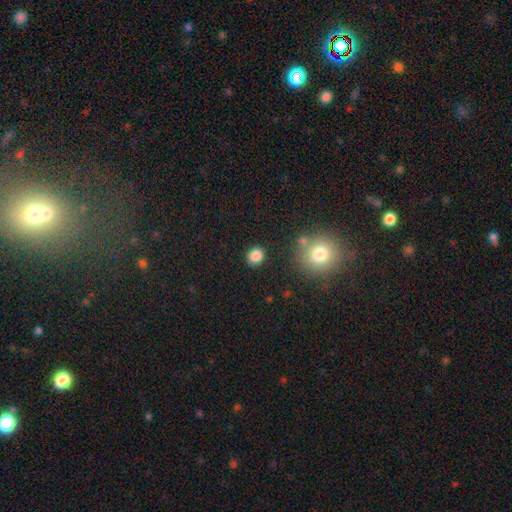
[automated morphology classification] Overall: smooth (86%). How rounded: round (80%). Merging: none (87%).